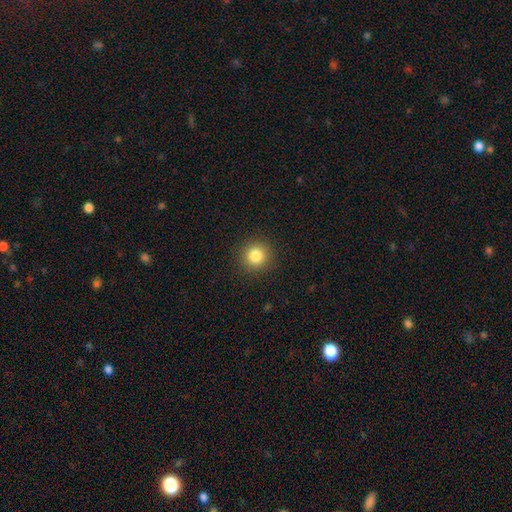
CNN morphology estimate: A smooth galaxy with no disk features (83%) that is round (94%). Merging: none (91%).